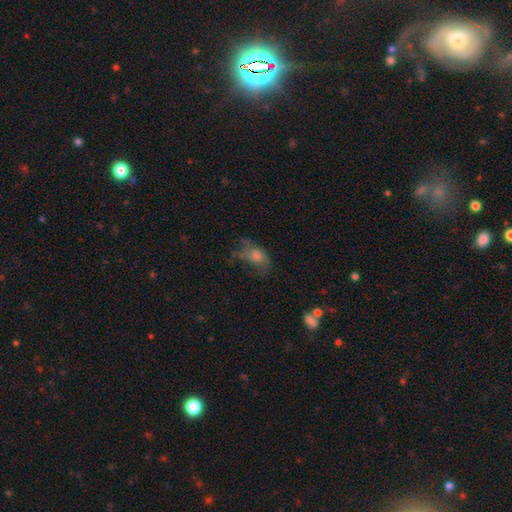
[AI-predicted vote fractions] This appears to be a smooth galaxy with no disk features (53%) that is in between round and cigar-shaped (79%). Merging: none (36%).